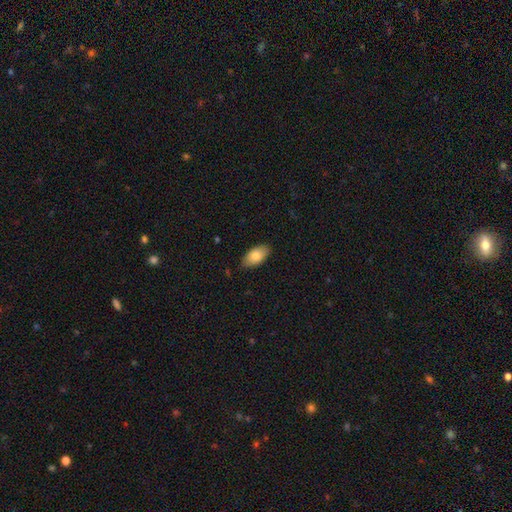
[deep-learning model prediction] A smooth galaxy with no disk features (83%) that is in between round and cigar-shaped (94%). Merging: none (84%).